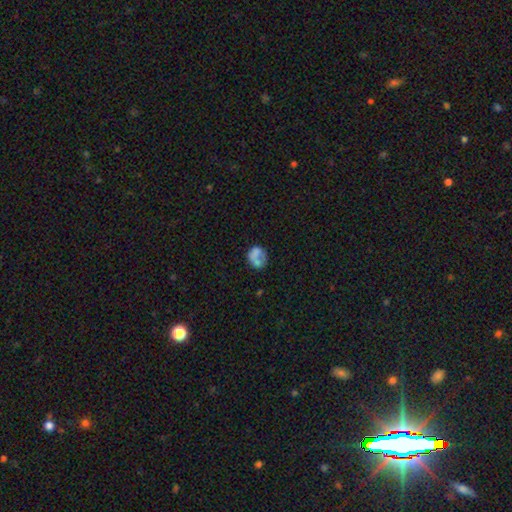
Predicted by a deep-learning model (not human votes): This appears to be a smooth galaxy with no disk features (62%) that is round (62%). Merging: none (41%).